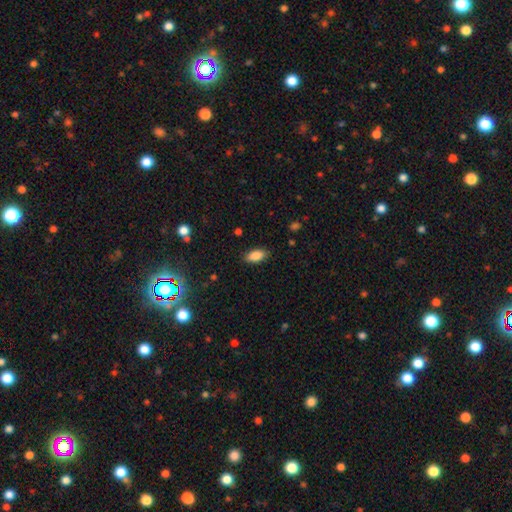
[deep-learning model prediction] smooth 87%, star or artifact 8%, featured or disk 5%. Down the decision tree: how rounded — in between (91%); merging — none (87%).